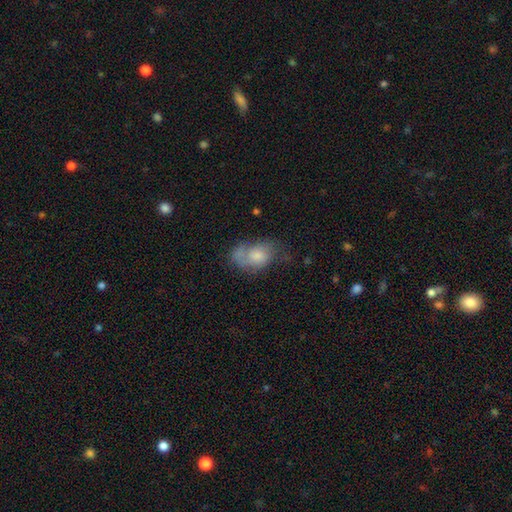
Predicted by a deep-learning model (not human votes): Smooth or featured?
  - smooth: 49% *
  - featured or disk: 41%
  - star or artifact: 9%
Merging?
  - none: 36% *
  - minor disturbance: 26%
  - major disturbance: 25%
  - merger: 13%